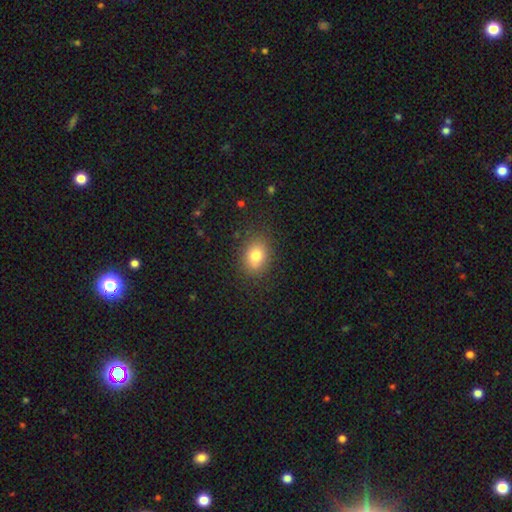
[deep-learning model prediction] Morphology: type=smooth (79%); roundness=in between (56%); merging=none (83%).